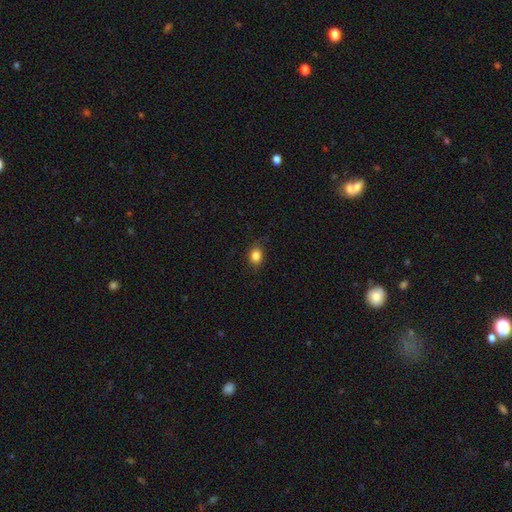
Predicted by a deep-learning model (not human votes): This appears to be a smooth galaxy with no disk features (85%) that is in between round and cigar-shaped (59%). Merging: none (82%).